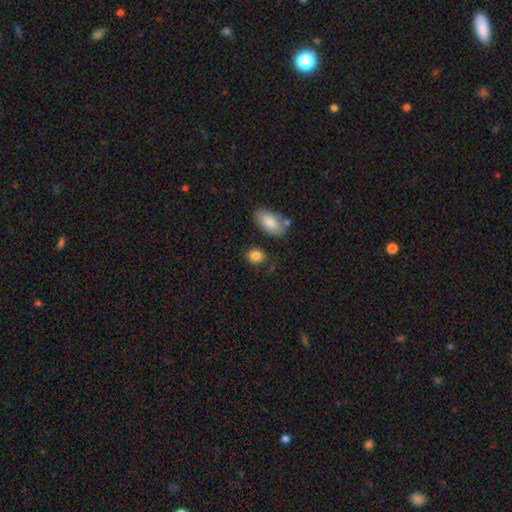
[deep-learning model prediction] Smooth or featured?
  - smooth: 86% *
  - star or artifact: 8%
  - featured or disk: 6%
How rounded?
  - in between: 54% *
  - round: 44%
  - cigar-shaped: 2%
Merging?
  - none: 73% *
  - minor disturbance: 15%
  - merger: 7%
  - major disturbance: 5%